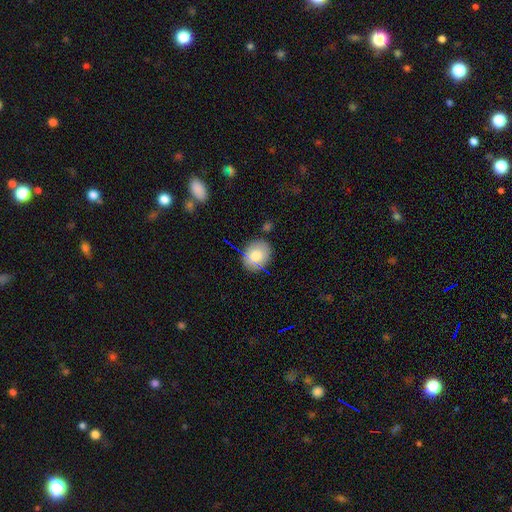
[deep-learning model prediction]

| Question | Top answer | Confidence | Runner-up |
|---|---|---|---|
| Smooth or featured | smooth | 80% | featured or disk (12%) |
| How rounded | round | 60% | in between (39%) |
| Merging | none | 78% | minor disturbance (15%) |